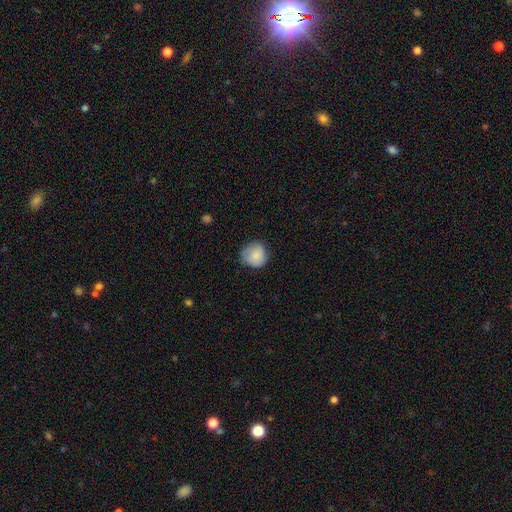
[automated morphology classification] smooth_or_featured: smooth (p=0.85) [alt: featured or disk p=0.08]
how_rounded: round (p=0.89) [alt: in between p=0.10]
merging: none (p=0.71) [alt: minor disturbance p=0.23]